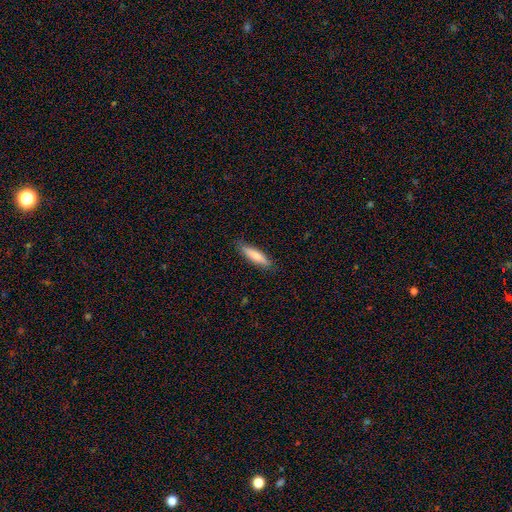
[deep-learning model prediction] A smooth galaxy with no disk features (78%) that is cigar-shaped (75%).

Vote fractions:
- Smooth or featured? smooth: 78% / featured or disk: 16% / star or artifact: 6%
- How rounded? cigar-shaped: 75% / in between: 24% / round: 1%
- Merging? none: 85% / minor disturbance: 11% / major disturbance: 2% / merger: 1%